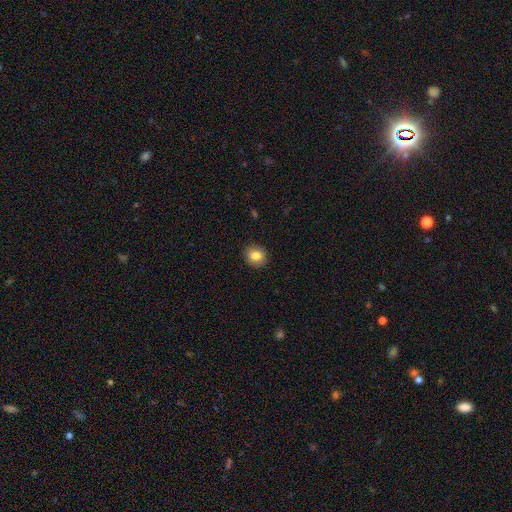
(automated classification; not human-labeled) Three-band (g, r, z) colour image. It shows a smooth galaxy with no disk features (84%) that is round (70%). Merging: none (90%).